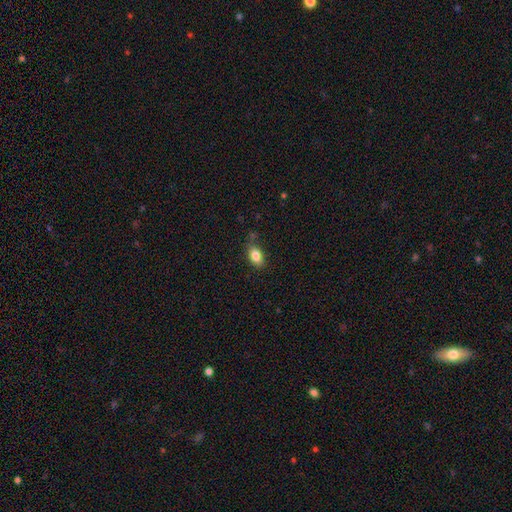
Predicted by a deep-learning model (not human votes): A smooth galaxy with no disk features (84%) that is in between round and cigar-shaped (85%). Merging: none (74%).